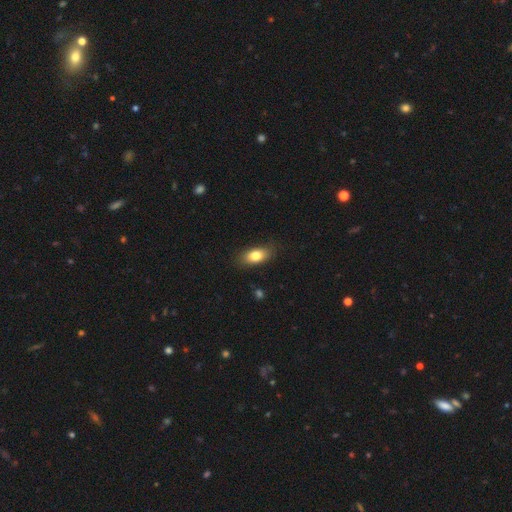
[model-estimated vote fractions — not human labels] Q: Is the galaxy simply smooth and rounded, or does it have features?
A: smooth — 80%.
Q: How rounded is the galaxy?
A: in between — 86%.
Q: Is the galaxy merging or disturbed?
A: none — 82%.